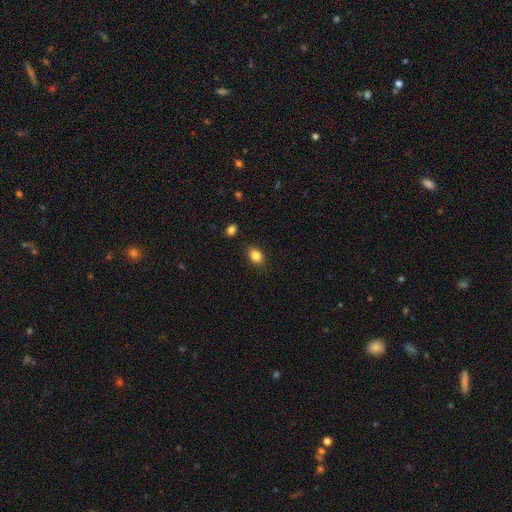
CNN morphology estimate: Overall: smooth (85%). How rounded: in between (73%). Merging: none (87%).